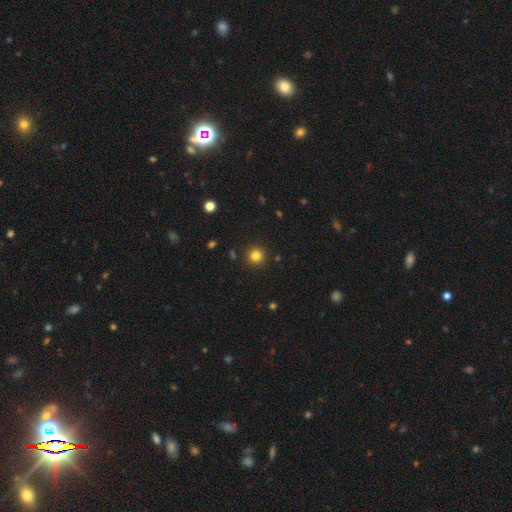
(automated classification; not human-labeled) This is clearly a smooth galaxy (82%). How rounded: clearly round (95%). Merging: clearly none (92%).